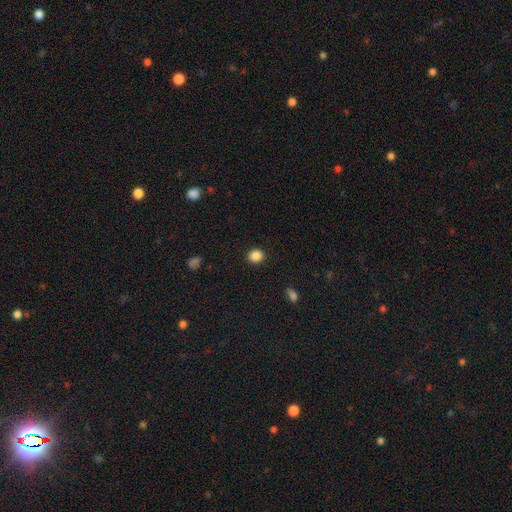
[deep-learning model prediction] Smooth or featured? smooth (87%)
How rounded? round (81%)
Merging? none (91%)